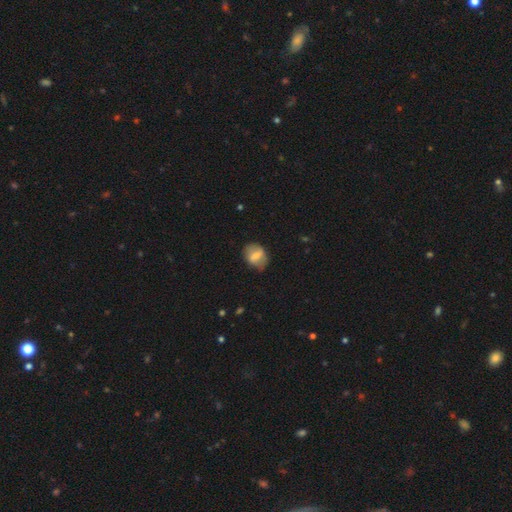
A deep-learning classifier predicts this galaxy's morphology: This appears to be a smooth galaxy with no disk features (53%) that is in between round and cigar-shaped (54%). Merging: none (72%).